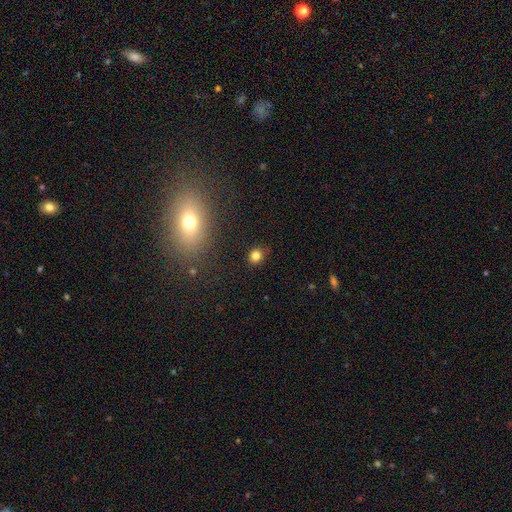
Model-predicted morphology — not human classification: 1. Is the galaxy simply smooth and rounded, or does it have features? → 80% smooth, 14% star or artifact, 6% featured or disk.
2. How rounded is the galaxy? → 70% round, 29% in between, 1% cigar-shaped.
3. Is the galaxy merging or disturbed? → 86% none, 10% minor disturbance, 3% major disturbance, 2% merger.